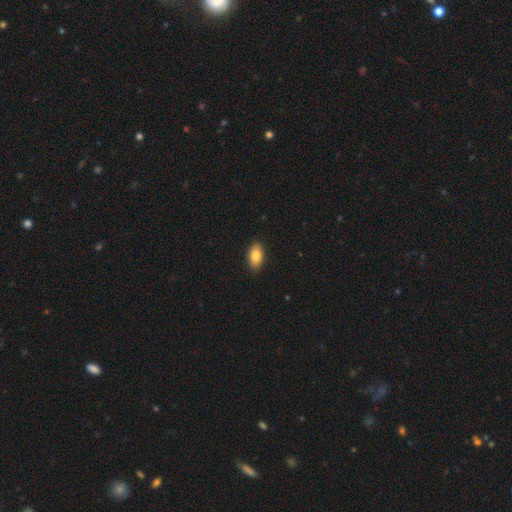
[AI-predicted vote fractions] Smooth or featured?
  - smooth: 84% *
  - featured or disk: 9%
  - star or artifact: 7%
How rounded?
  - in between: 92% *
  - round: 4%
  - cigar-shaped: 4%
Merging?
  - none: 89% *
  - minor disturbance: 8%
  - major disturbance: 2%
  - merger: 1%